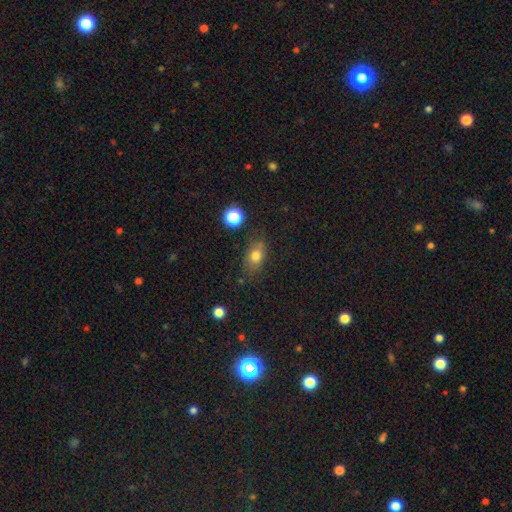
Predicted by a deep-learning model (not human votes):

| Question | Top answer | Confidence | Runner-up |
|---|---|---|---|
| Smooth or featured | smooth | 76% | star or artifact (12%) |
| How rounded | in between | 73% | round (24%) |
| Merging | none | 70% | minor disturbance (19%) |